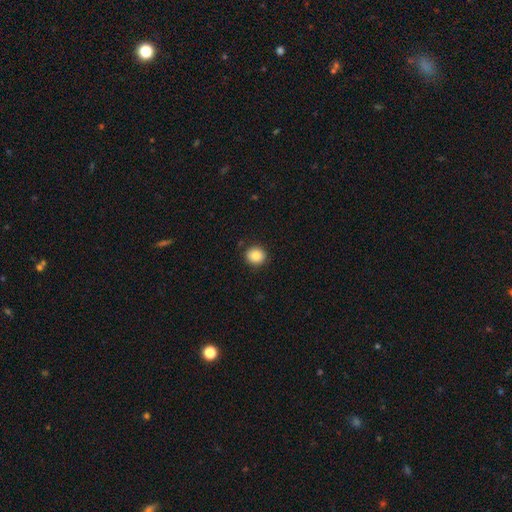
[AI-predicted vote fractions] This is clearly a smooth galaxy (86%). How rounded: clearly round (88%). Merging: clearly none (89%).